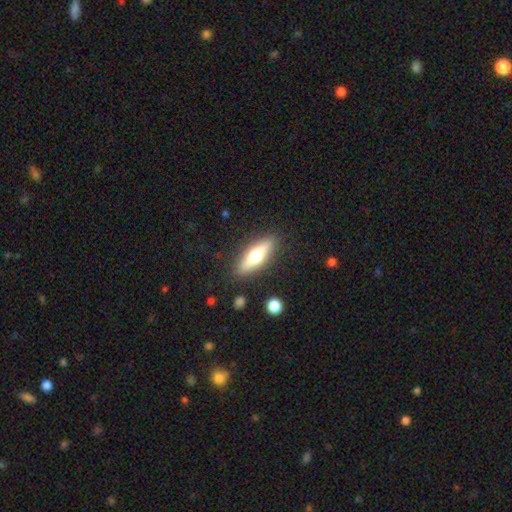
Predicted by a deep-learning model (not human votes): This is possibly a smooth galaxy (57%). How rounded: possibly cigar-shaped (54%). Merging: clearly none (87%).